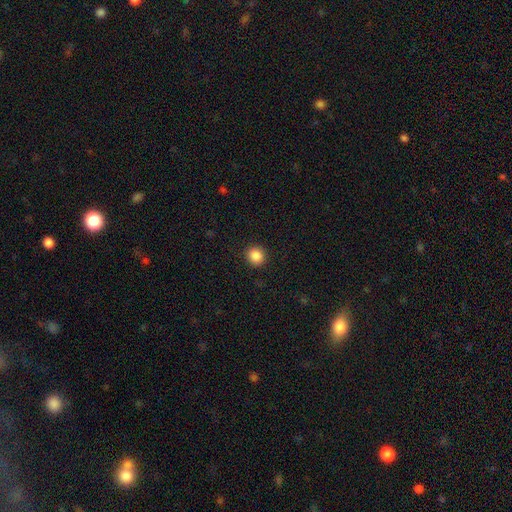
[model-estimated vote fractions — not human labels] smooth-or-featured: smooth: 87% | star or artifact: 10% | featured or disk: 3%
  how-rounded: round: 88% | in between: 11% | cigar-shaped: 1%
  merging: none: 91% | minor disturbance: 6% | major disturbance: 2% | merger: 1%